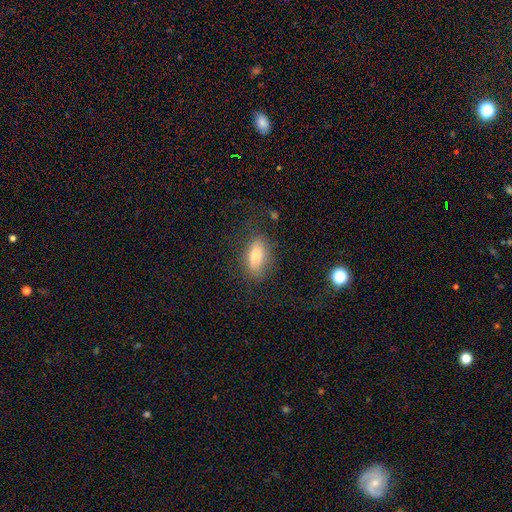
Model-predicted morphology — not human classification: Smooth or featured? Predicted: smooth (p=0.74). How rounded? Predicted: in between (p=0.82). Merging? Predicted: none (p=0.70).